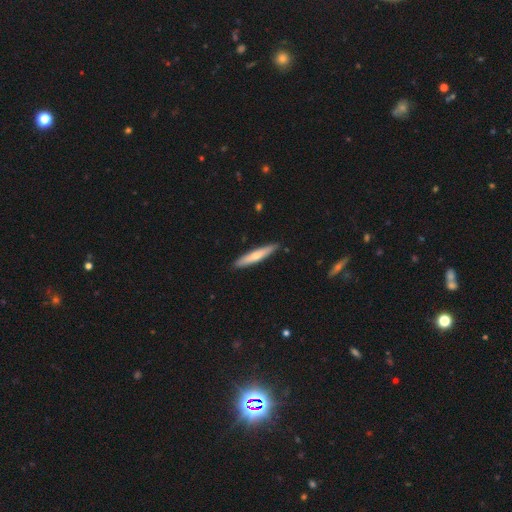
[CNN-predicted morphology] smooth_or_featured: smooth (p=0.56) [alt: featured or disk p=0.38]
how_rounded: cigar-shaped (p=0.90) [alt: in between p=0.08]
merging: none (p=0.89) [alt: minor disturbance p=0.08]